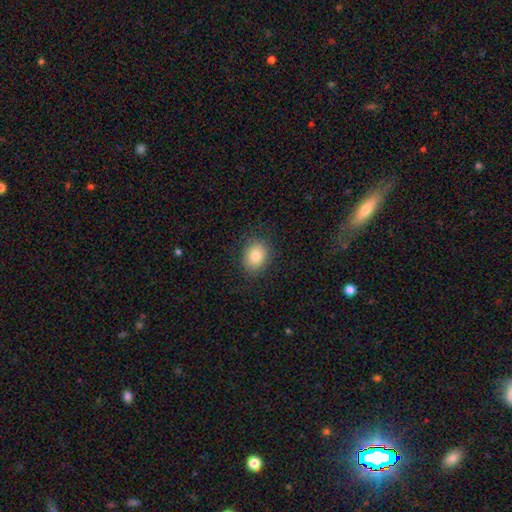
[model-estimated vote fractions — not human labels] Overall: smooth (83%). How rounded: round (51%; in between 48%). Merging: none (86%).